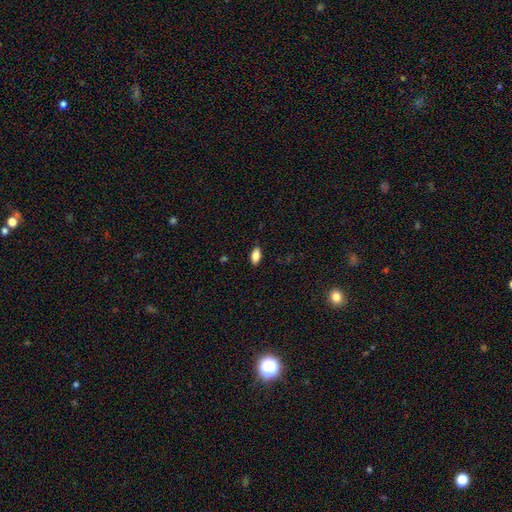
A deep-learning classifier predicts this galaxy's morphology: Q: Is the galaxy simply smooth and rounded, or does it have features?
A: smooth — 83%.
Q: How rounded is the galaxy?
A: in between — 89%.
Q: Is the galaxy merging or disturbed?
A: none — 87%.